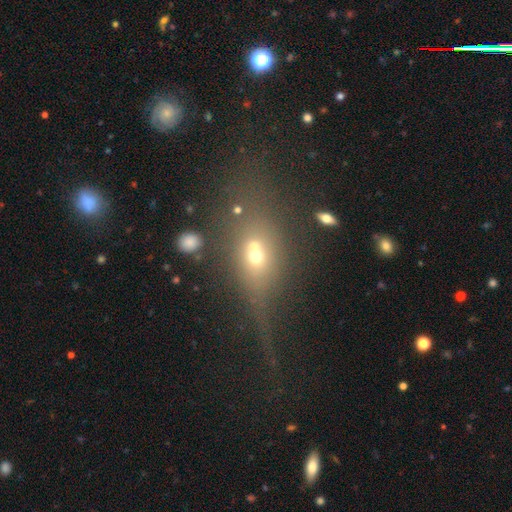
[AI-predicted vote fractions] A smooth galaxy with no disk features (45%).

Vote fractions:
- Smooth or featured? smooth: 45% / featured or disk: 33% / star or artifact: 22%
- Merging? none: 38% / merger: 32% / major disturbance: 16% / minor disturbance: 14%